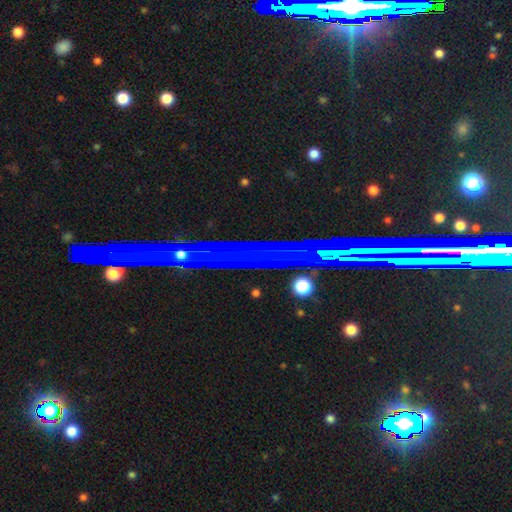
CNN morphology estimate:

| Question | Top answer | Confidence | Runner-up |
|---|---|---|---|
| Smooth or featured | star or artifact | 60% | featured or disk (28%) |